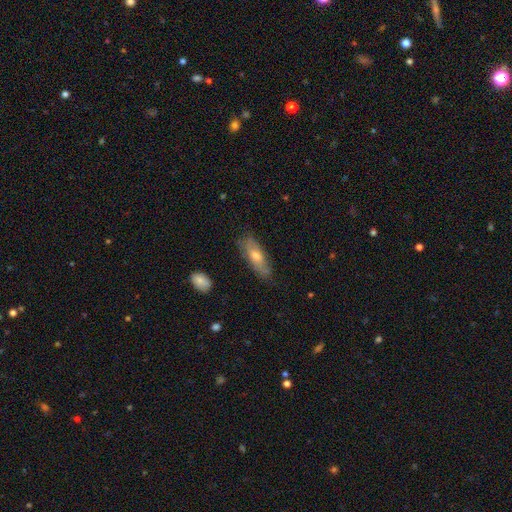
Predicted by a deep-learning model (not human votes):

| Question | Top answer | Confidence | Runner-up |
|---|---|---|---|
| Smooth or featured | smooth | 53% | featured or disk (39%) |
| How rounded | in between | 53% | cigar-shaped (44%) |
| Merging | none | 74% | minor disturbance (19%) |